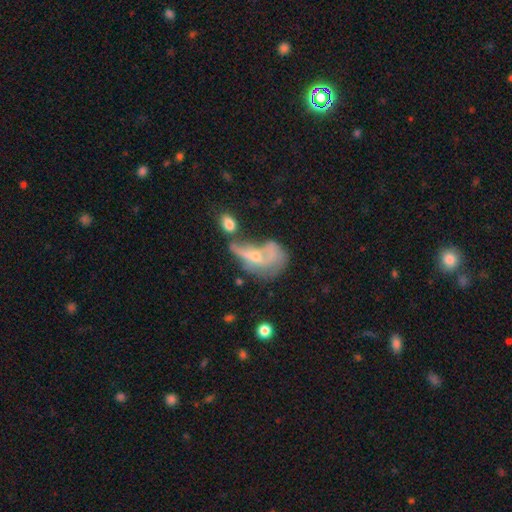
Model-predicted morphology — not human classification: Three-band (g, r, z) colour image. It shows a featured or disk galaxy (56%) with no bar (72%), no spiral arms (59%) and a small central bulge (50%). Merging: merger (34%).